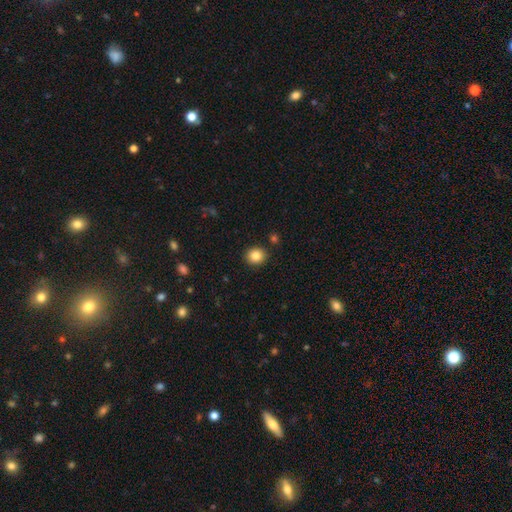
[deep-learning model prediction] A smooth galaxy with no disk features (85%) that is round (72%).

Vote fractions:
- Smooth or featured? smooth: 85% / star or artifact: 9% / featured or disk: 5%
- How rounded? round: 72% / in between: 27% / cigar-shaped: 1%
- Merging? none: 89% / minor disturbance: 7% / major disturbance: 2% / merger: 2%